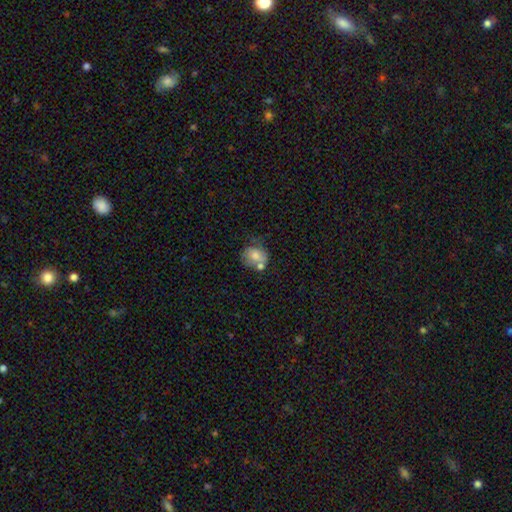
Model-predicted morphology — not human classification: This appears to be a smooth galaxy with no disk features (68%) that is round (67%). Merging: none (41%).